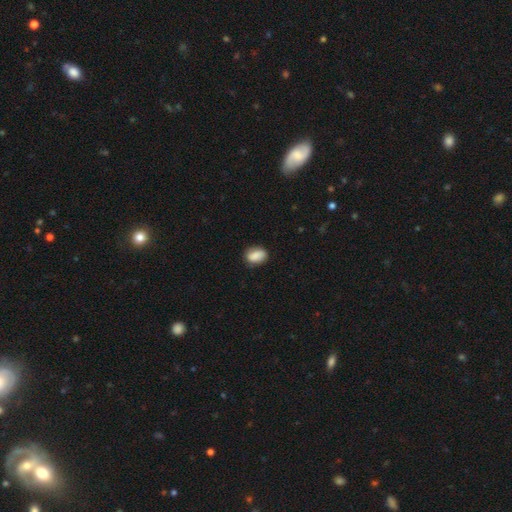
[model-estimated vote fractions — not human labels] This is clearly a smooth galaxy (86%). How rounded: likely in between (79%). Merging: clearly none (80%).